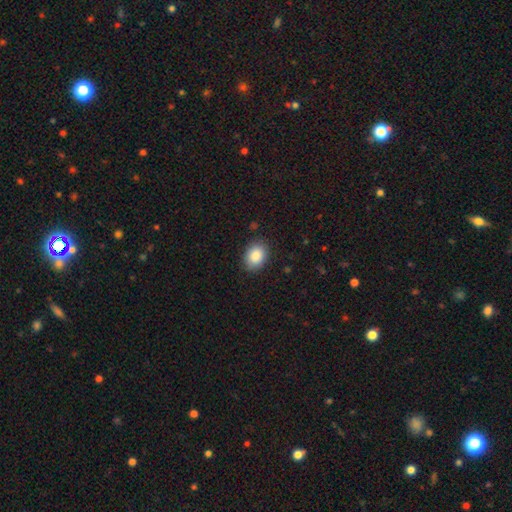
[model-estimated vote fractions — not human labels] smooth_or_featured: smooth (p=0.88) [alt: star or artifact p=0.07]
how_rounded: in between (p=0.73) [alt: round p=0.26]
merging: none (p=0.86) [alt: minor disturbance p=0.10]